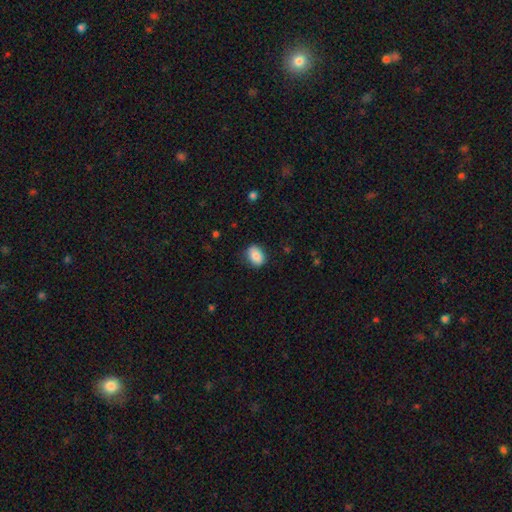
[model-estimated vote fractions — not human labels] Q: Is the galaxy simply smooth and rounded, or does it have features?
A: smooth — 85%.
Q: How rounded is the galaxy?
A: in between — 70%.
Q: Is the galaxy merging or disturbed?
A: none — 83%.